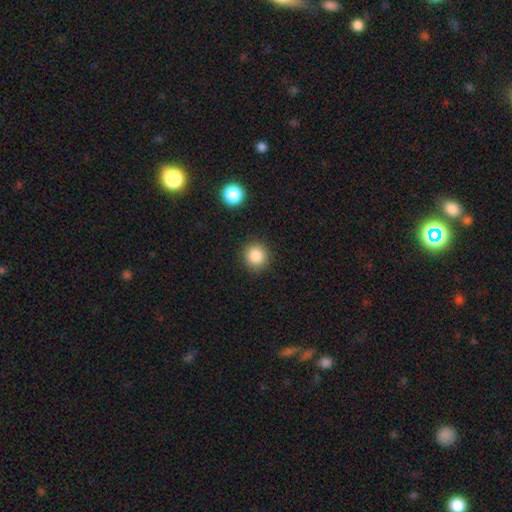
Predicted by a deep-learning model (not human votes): Smooth or featured?
  - smooth: 85% *
  - star or artifact: 10%
  - featured or disk: 4%
How rounded?
  - round: 93% *
  - in between: 6%
  - cigar-shaped: 1%
Merging?
  - none: 90% *
  - minor disturbance: 6%
  - major disturbance: 2%
  - merger: 2%